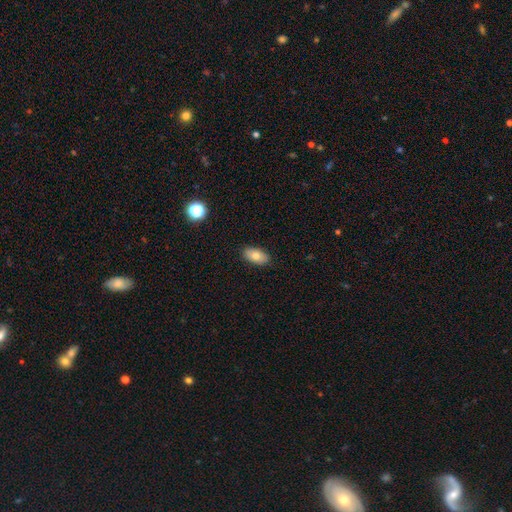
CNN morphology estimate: This is likely a smooth galaxy (75%). How rounded: clearly in between (92%). Merging: clearly none (89%).